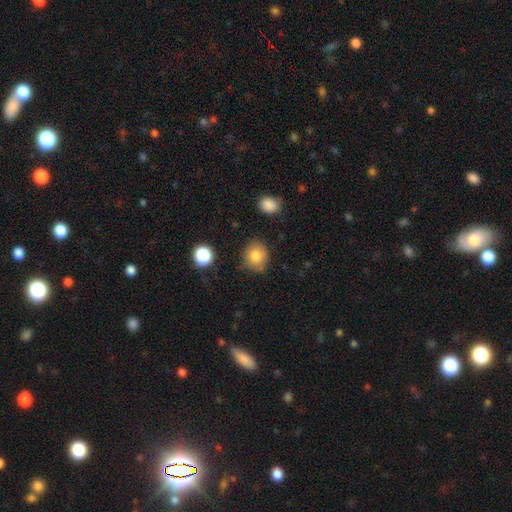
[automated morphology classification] Smooth or featured? Predicted: smooth (p=0.82). How rounded? Predicted: round (p=0.73). Merging? Predicted: none (p=0.78).